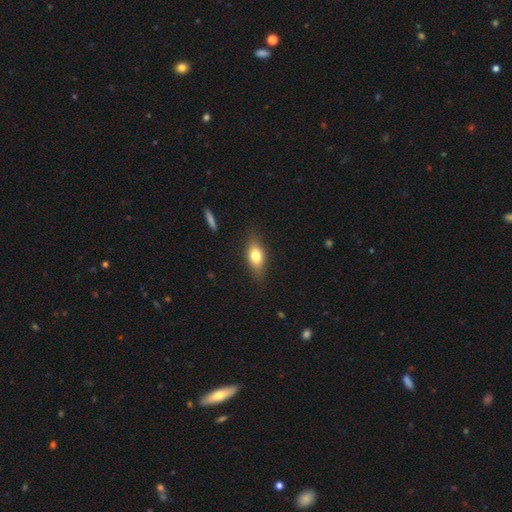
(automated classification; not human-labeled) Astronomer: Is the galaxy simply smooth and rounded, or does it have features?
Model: smooth — 71%.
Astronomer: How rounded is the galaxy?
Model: in between — 78%.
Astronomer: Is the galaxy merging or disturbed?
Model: none — 82%.